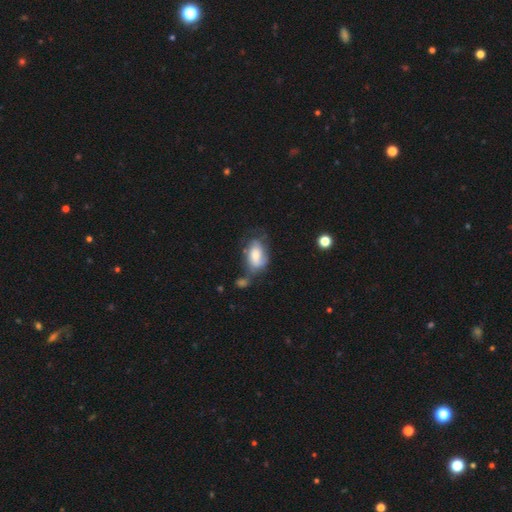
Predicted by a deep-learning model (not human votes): Smooth or featured? smooth (50%)
How rounded? in between (89%)
Merging? none (37%)